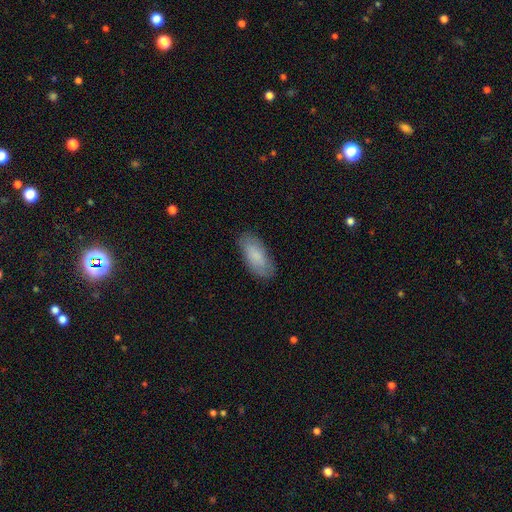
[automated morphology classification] Overall: smooth (82%). How rounded: in between (85%). Merging: none (82%).